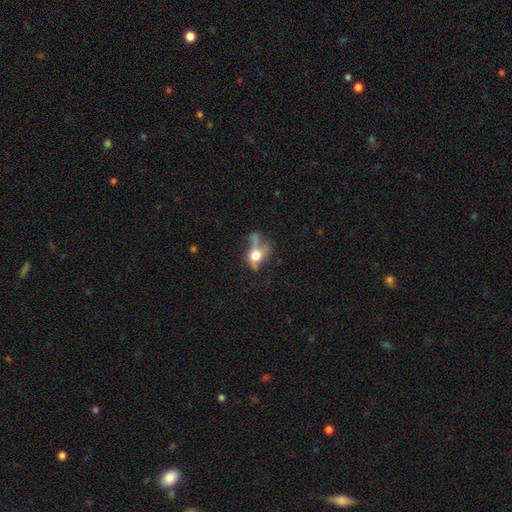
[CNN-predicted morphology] Smooth or featured?
  - featured or disk: 46% *
  - smooth: 41%
  - star or artifact: 14%
Merging?
  - major disturbance: 34% *
  - none: 31%
  - merger: 18%
  - minor disturbance: 17%